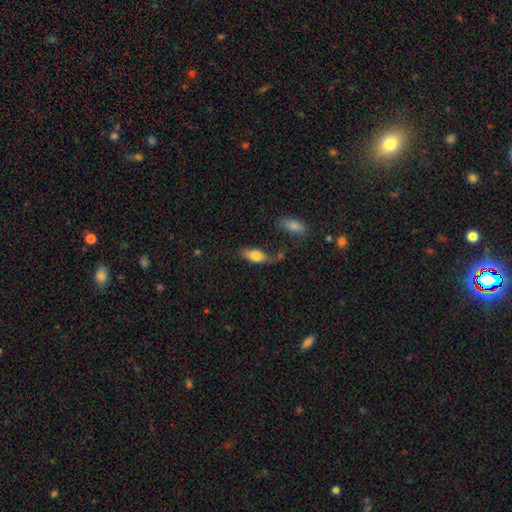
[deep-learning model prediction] Smooth or featured: smooth — 72% (featured or disk — 21%)
How rounded: in between — 79% (cigar-shaped — 18%)
Merging: none — 57% (minor disturbance — 24%)